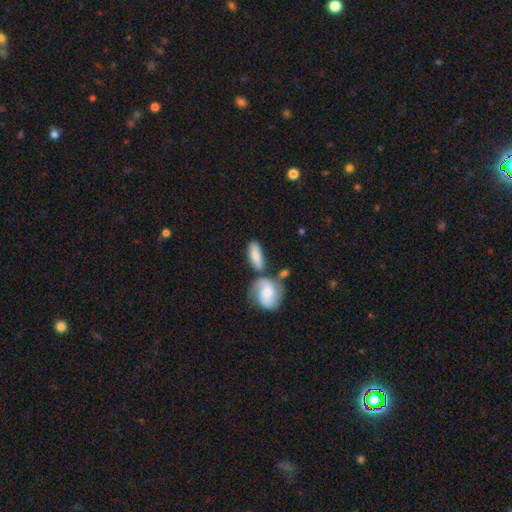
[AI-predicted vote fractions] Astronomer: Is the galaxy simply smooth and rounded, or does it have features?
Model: smooth — 70%.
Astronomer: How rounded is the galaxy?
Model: in between — 67%.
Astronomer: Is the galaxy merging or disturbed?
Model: none — 57%.